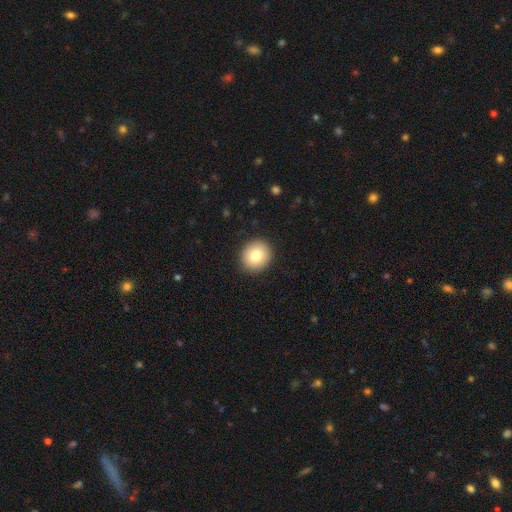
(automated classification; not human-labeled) Morphology: type=smooth (80%); roundness=round (86%); merging=none (92%).